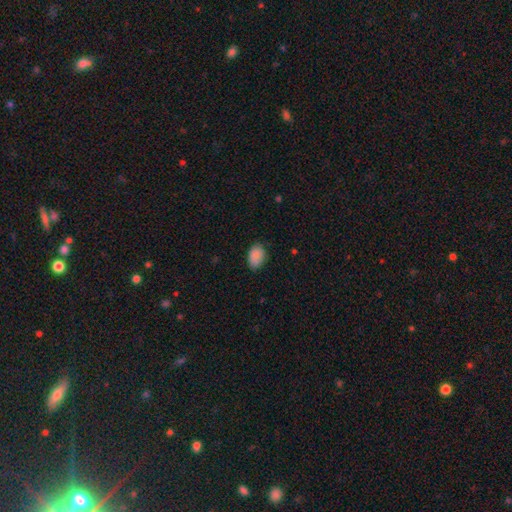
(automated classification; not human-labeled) Smooth or featured: smooth — 88% (star or artifact — 8%)
How rounded: in between — 82% (round — 16%)
Merging: none — 75% (minor disturbance — 21%)